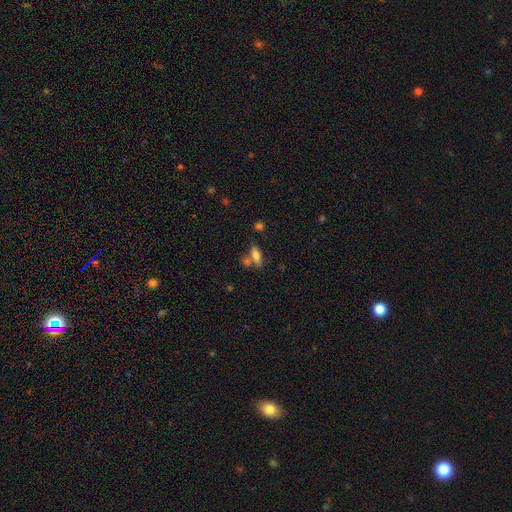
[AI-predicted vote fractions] This appears to be a smooth galaxy with no disk features (72%) that is in between round and cigar-shaped (71%). Merging: none (53%).